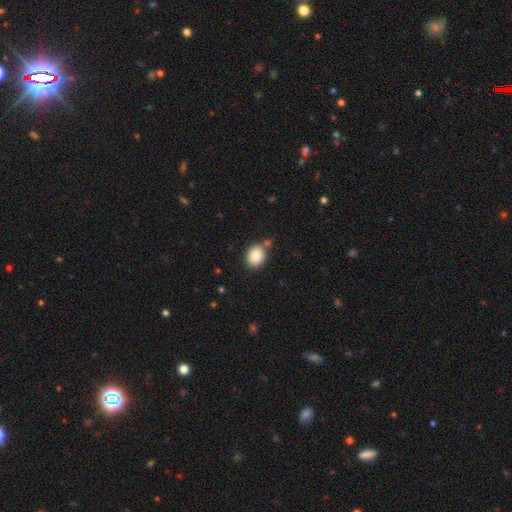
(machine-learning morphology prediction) Smooth or featured?
  - smooth: 85% *
  - star or artifact: 9%
  - featured or disk: 6%
How rounded?
  - round: 64% *
  - in between: 35%
  - cigar-shaped: 1%
Merging?
  - none: 78% *
  - minor disturbance: 11%
  - merger: 9%
  - major disturbance: 3%